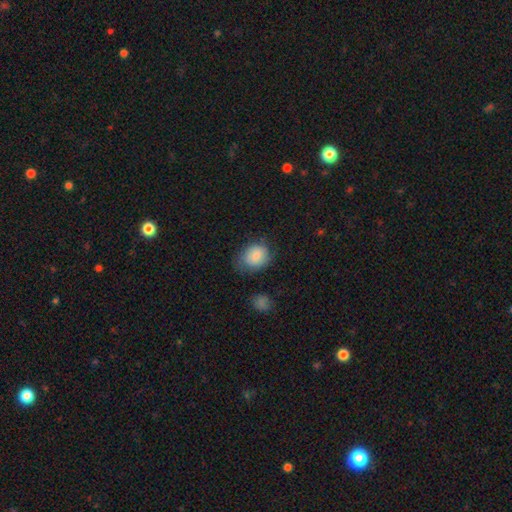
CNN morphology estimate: smooth 83%, featured or disk 10%, star or artifact 8%. Down the decision tree: how rounded — round (52%); merging — none (60%).